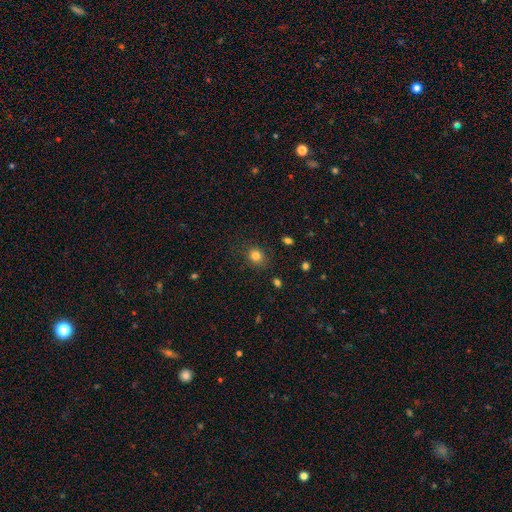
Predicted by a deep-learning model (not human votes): Overall: smooth (82%). How rounded: round (70%). Merging: none (82%).